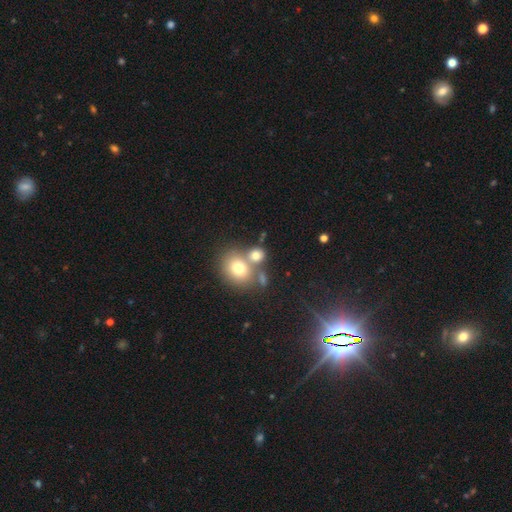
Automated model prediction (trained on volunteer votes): Smooth or featured: smooth — 75% (featured or disk — 13%)
How rounded: round — 67% (in between — 32%)
Merging: merger — 44% (none — 42%)